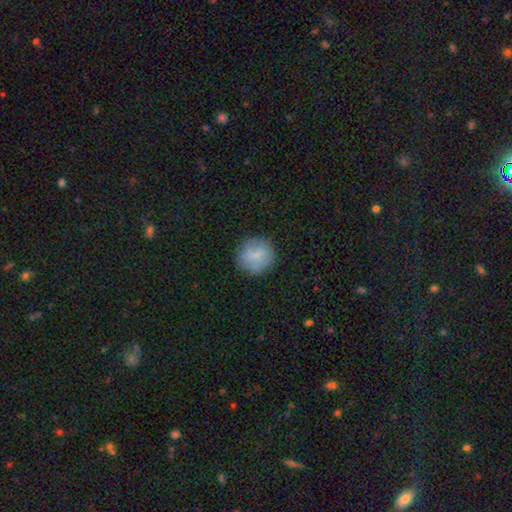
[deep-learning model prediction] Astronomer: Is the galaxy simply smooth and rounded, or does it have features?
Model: smooth — 78%.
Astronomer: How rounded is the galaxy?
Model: round — 92%.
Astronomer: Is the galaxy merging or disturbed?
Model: none — 82%.